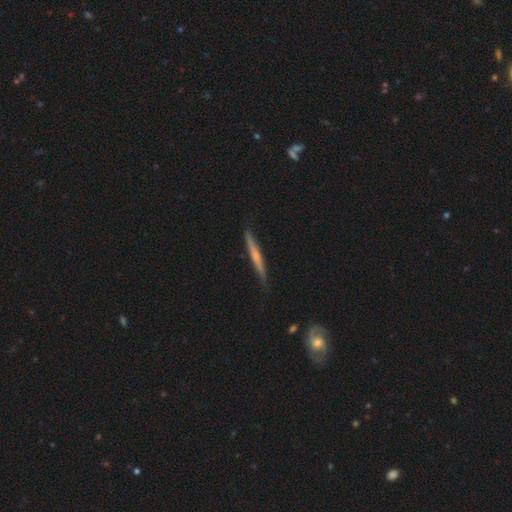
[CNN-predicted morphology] Smooth or featured: featured or disk — 52% (smooth — 42%)
Edge-on disk: yes — 97% (no — 3%)
Edge-on bulge: none — 58% (rounded — 33%)
Merging: none — 85% (minor disturbance — 11%)